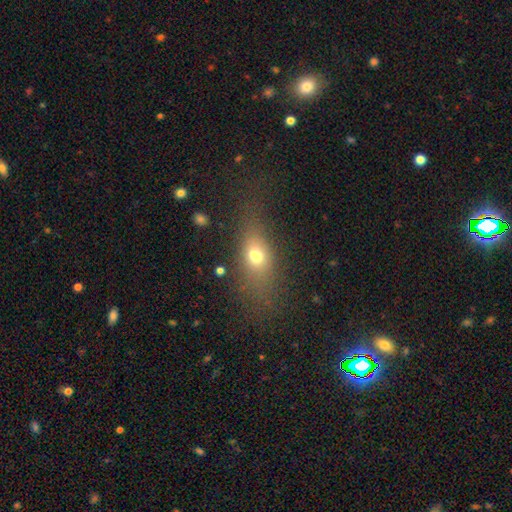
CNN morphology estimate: A smooth galaxy with no disk features (68%) that is in between round and cigar-shaped (66%).

Vote fractions:
- Smooth or featured? smooth: 68% / featured or disk: 17% / star or artifact: 15%
- How rounded? in between: 66% / round: 19% / cigar-shaped: 14%
- Merging? none: 61% / minor disturbance: 18% / major disturbance: 16% / merger: 5%